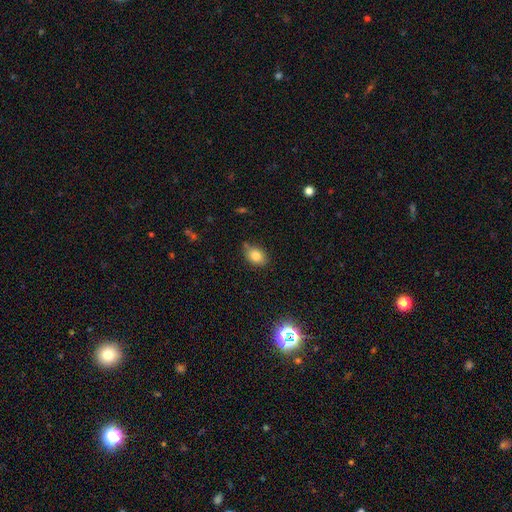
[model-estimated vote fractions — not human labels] The model was most divided on "merging": none: 71%, minor disturbance: 22%, major disturbance: 4%, merger: 3%. More confident: smooth or featured — smooth (82%); how rounded — in between (77%).